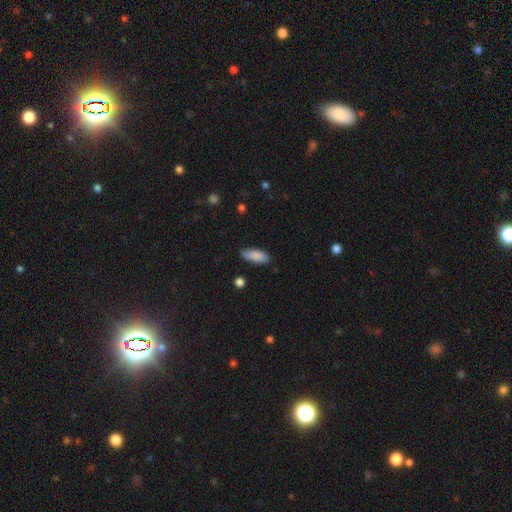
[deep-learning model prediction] smooth 87%, featured or disk 7%, star or artifact 6%. Down the decision tree: how rounded — in between (77%); merging — none (80%).